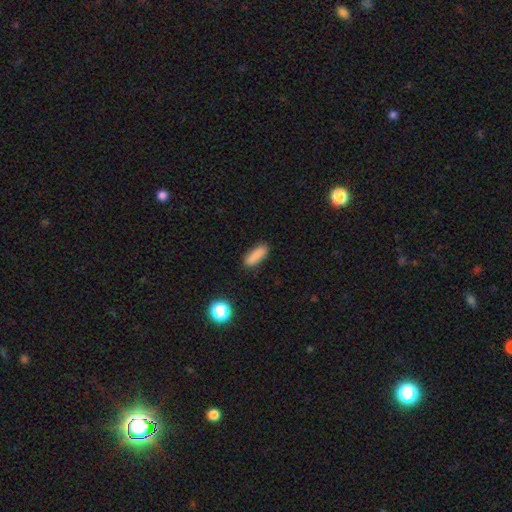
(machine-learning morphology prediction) Smooth or featured? Predicted: smooth (p=0.85). How rounded? Predicted: in between (p=0.57). Merging? Predicted: none (p=0.87).